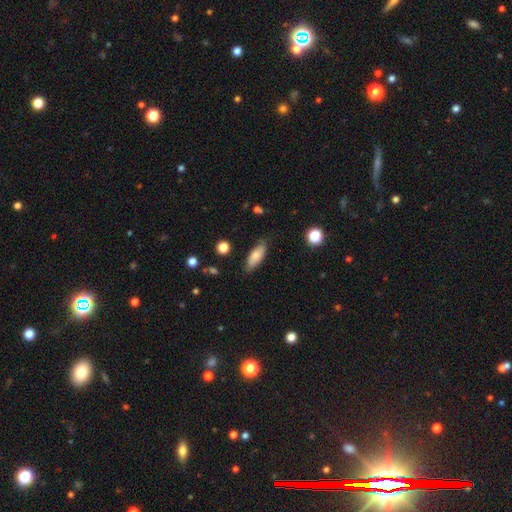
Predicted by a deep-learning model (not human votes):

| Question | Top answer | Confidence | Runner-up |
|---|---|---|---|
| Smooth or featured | smooth | 74% | featured or disk (19%) |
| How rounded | in between | 68% | cigar-shaped (30%) |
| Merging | none | 80% | minor disturbance (16%) |